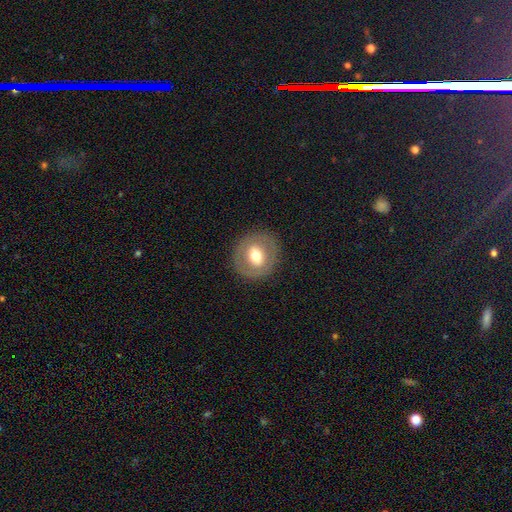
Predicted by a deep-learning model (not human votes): The model was most divided on "smooth or featured": smooth: 50%, featured or disk: 42%, star or artifact: 7%. More confident: merging — none (86%); how rounded — round (79%).